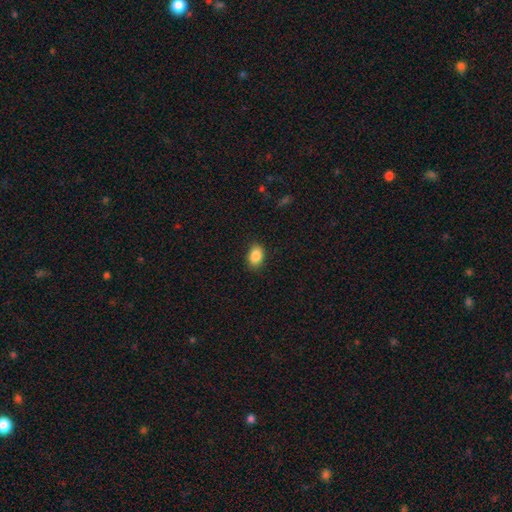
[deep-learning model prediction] Q: Smooth or featured?
A: smooth (87%); runner-up: star or artifact (8%)
Q: How rounded?
A: in between (80%); runner-up: round (18%)
Q: Merging?
A: none (87%); runner-up: minor disturbance (10%)